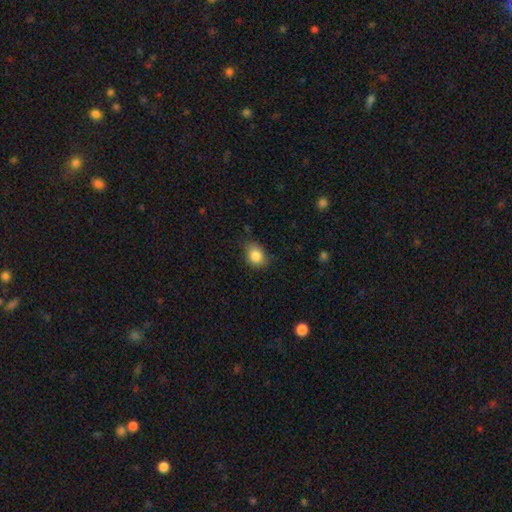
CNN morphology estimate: smooth 85%, star or artifact 9%, featured or disk 6%. Down the decision tree: how rounded — round (52%); merging — none (71%).